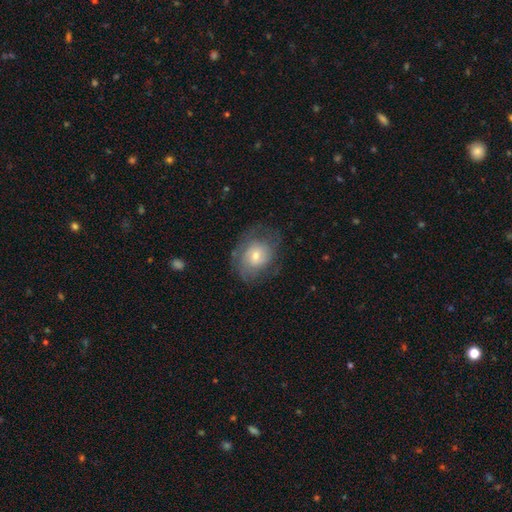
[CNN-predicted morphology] featured or disk 54%, smooth 37%, star or artifact 8%. Down the decision tree: edge-on disk — no (96%); bar — no (72%); spiral arms — yes (73%); bulge size — moderate (49%); merging — none (64%).